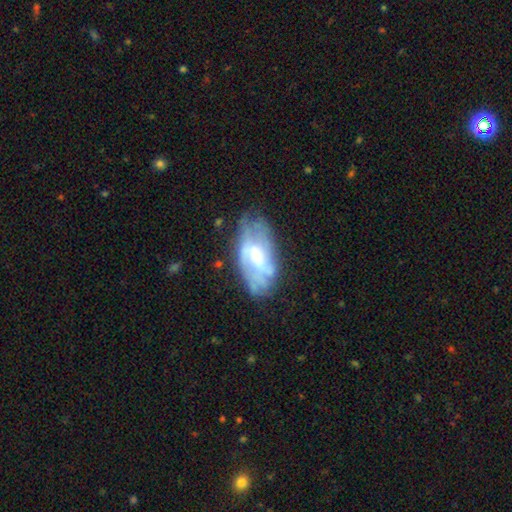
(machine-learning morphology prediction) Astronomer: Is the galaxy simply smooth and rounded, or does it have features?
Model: featured or disk — 62%.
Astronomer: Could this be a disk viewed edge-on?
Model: no — 91%.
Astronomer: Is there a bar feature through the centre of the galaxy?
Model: weak — 47% (runner-up: no, 33%).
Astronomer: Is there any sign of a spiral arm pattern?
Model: yes — 58% (runner-up: no, 42%).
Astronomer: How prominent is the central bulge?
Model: moderate — 49% (runner-up: small, 30%).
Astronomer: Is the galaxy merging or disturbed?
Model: none — 55%.